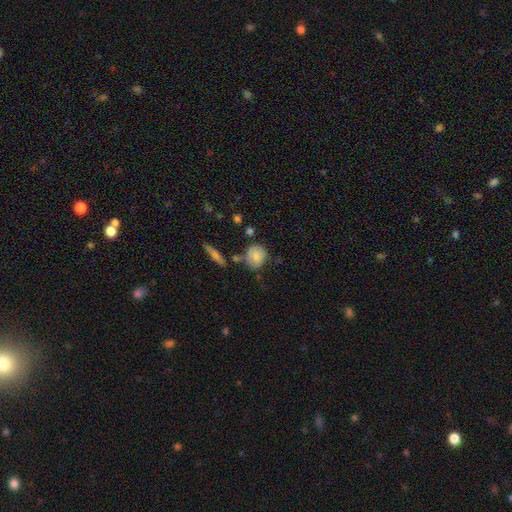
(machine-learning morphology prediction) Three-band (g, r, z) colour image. It shows a smooth galaxy with no disk features (75%) that is round (64%). Merging: none (59%).